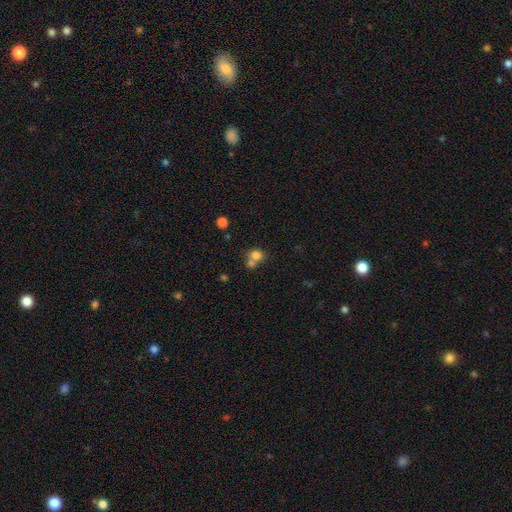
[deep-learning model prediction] smooth-or-featured: smooth: 77% | star or artifact: 13% | featured or disk: 11%
  how-rounded: round: 74% | in between: 25% | cigar-shaped: 1%
  merging: merger: 50% | none: 39% | minor disturbance: 7% | major disturbance: 3%